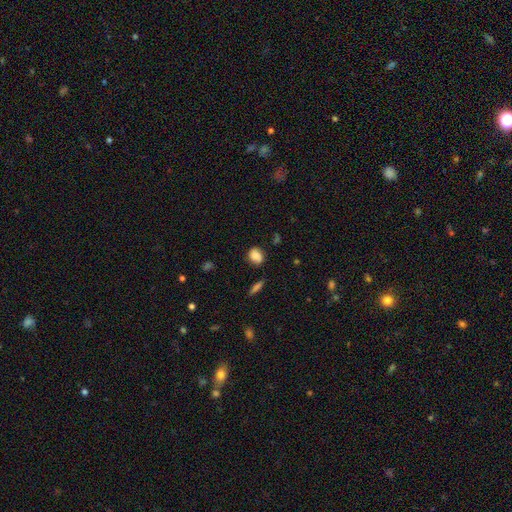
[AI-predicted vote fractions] A smooth galaxy with no disk features (82%) that is in between round and cigar-shaped (50%).

Vote fractions:
- Smooth or featured? smooth: 82% / star or artifact: 10% / featured or disk: 8%
- How rounded? in between: 50% / round: 48% / cigar-shaped: 2%
- Merging? none: 71% / minor disturbance: 20% / major disturbance: 5% / merger: 4%